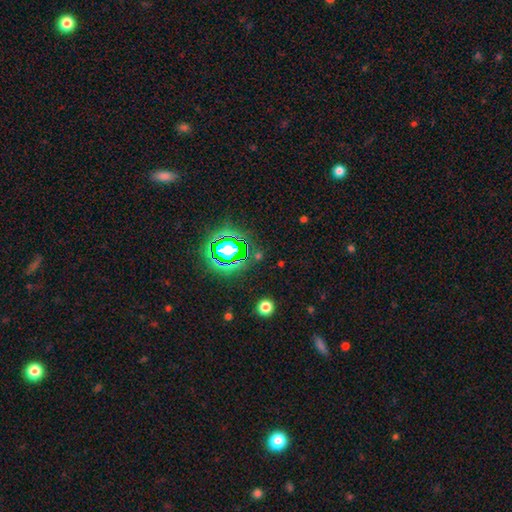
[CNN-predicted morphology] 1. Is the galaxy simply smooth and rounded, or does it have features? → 80% star or artifact, 12% smooth, 7% featured or disk.